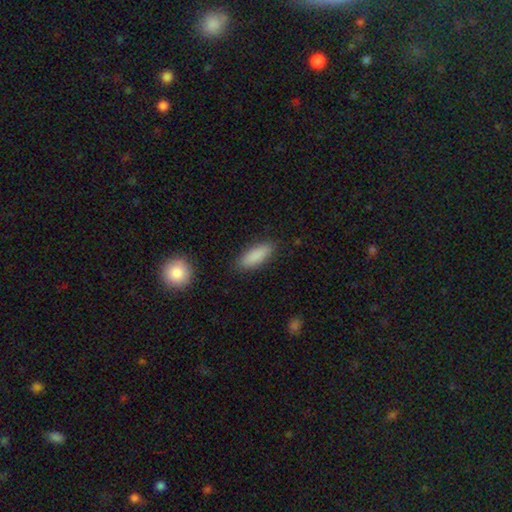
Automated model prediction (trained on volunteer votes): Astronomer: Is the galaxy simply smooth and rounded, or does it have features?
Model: smooth — 87%.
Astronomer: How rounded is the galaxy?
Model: in between — 62%.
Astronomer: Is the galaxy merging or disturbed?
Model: none — 86%.